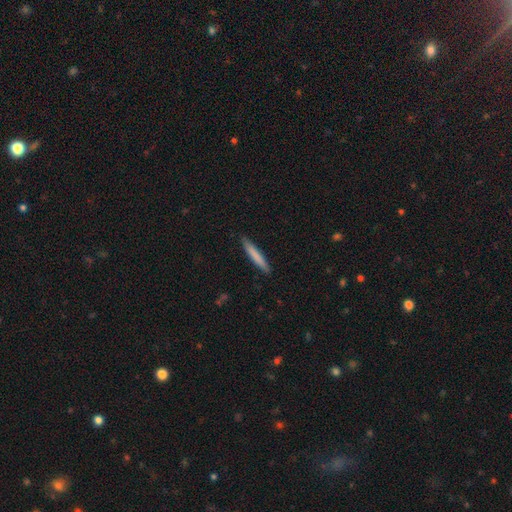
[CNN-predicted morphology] Smooth or featured: smooth — 78% (featured or disk — 17%)
How rounded: cigar-shaped — 95% (in between — 4%)
Merging: none — 90% (minor disturbance — 7%)